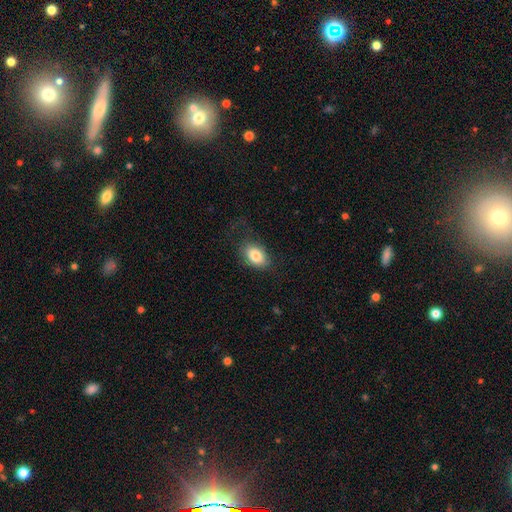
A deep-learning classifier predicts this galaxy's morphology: smooth-or-featured: smooth: 82% | featured or disk: 10% | star or artifact: 8%
  how-rounded: in between: 83% | round: 15% | cigar-shaped: 1%
  merging: none: 71% | minor disturbance: 18% | major disturbance: 10% | merger: 1%